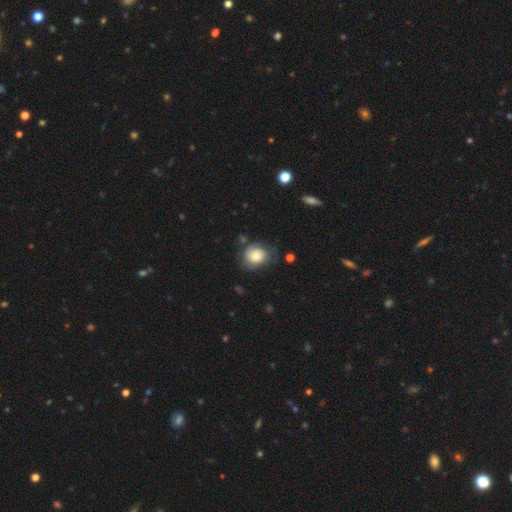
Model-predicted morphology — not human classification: type=smooth (62%); roundness=round (66%); merging=none (58%).